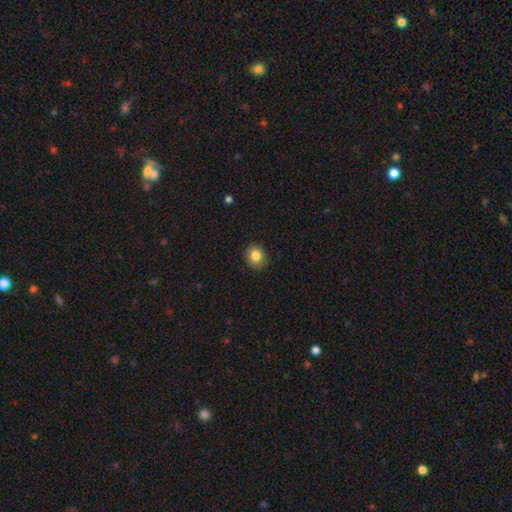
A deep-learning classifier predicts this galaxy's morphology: Smooth or featured? smooth (84%)
How rounded? round (71%)
Merging? none (89%)